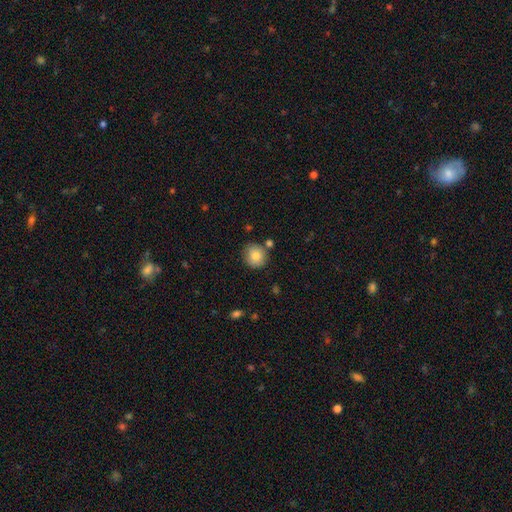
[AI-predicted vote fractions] smooth-or-featured: smooth: 83% | star or artifact: 9% | featured or disk: 8%
  how-rounded: round: 83% | in between: 16% | cigar-shaped: 1%
  merging: none: 80% | minor disturbance: 11% | merger: 7% | major disturbance: 3%